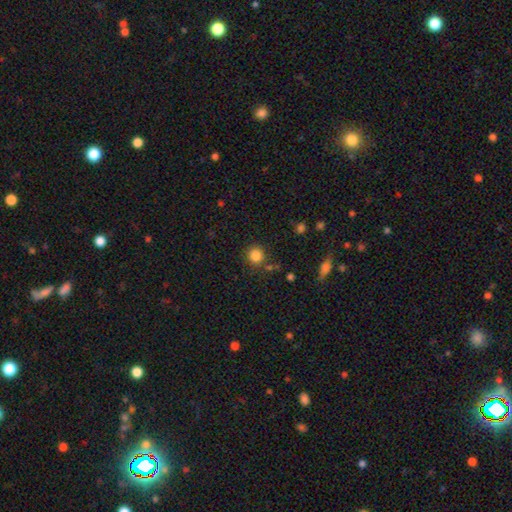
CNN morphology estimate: Smooth or featured? smooth (84%)
How rounded? round (92%)
Merging? none (83%)